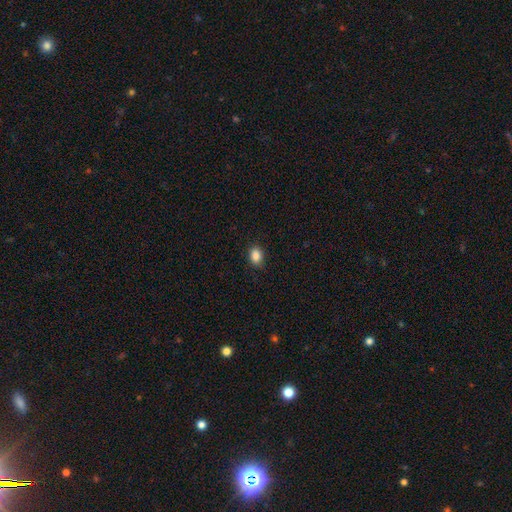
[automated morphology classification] This appears to be a smooth galaxy with no disk features (87%) that is in between round and cigar-shaped (65%). Merging: none (85%).